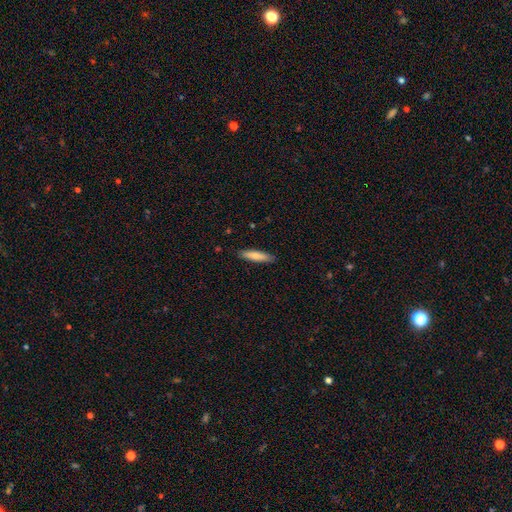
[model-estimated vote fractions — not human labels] Smooth or featured? smooth (77%)
How rounded? cigar-shaped (80%)
Merging? none (89%)